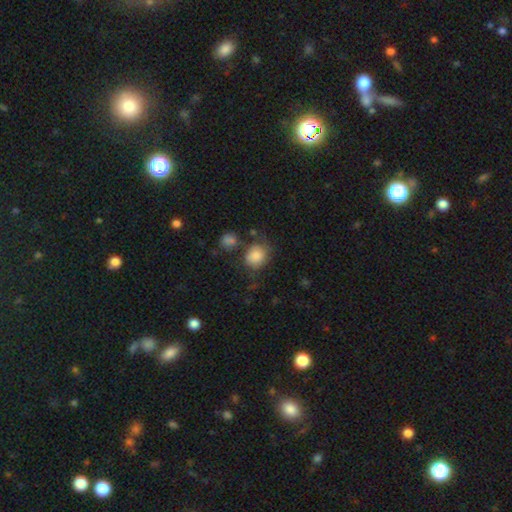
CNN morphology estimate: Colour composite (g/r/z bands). It shows a smooth galaxy with no disk features (83%) that is round (60%). Merging: none (52%).